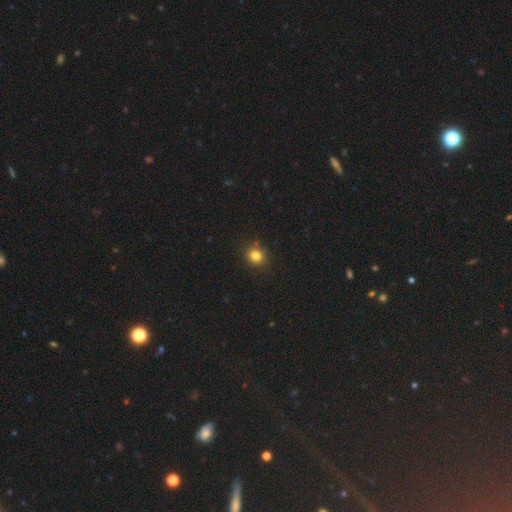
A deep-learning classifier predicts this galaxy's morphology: This is clearly a smooth galaxy (82%). How rounded: likely round (80%). Merging: clearly none (85%).